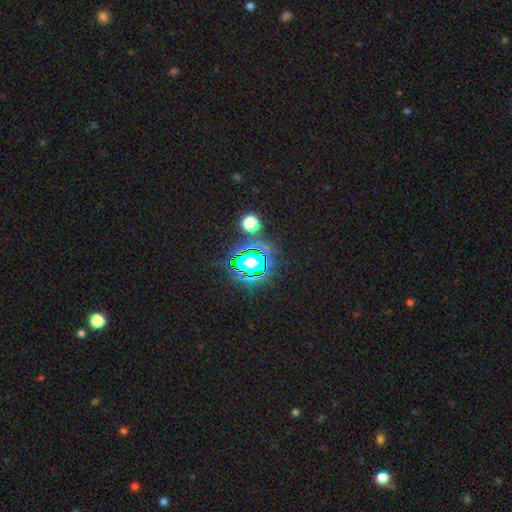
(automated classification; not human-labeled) smooth_or_featured: star or artifact (p=0.78) [alt: smooth p=0.15]